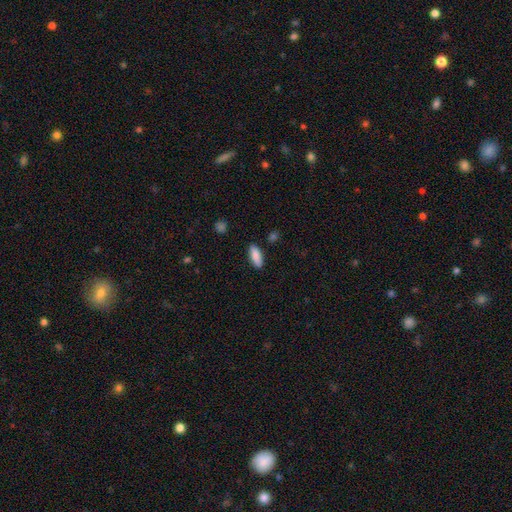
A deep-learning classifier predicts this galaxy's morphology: The model was most divided on "how rounded": in between: 71%, cigar-shaped: 27%, round: 2%. More confident: smooth or featured — smooth (87%); merging — none (86%).